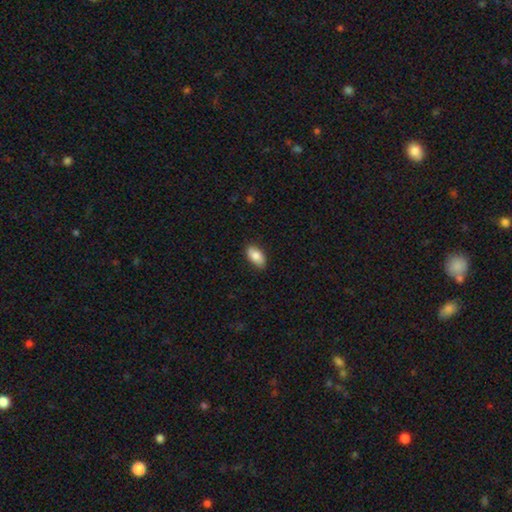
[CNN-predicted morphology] Smooth or featured? Predicted: smooth (p=0.84). How rounded? Predicted: in between (p=0.93). Merging? Predicted: none (p=0.87).